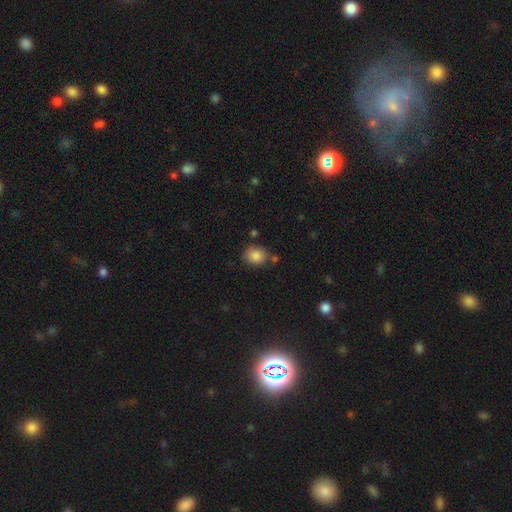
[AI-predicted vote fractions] Overall: smooth (86%). How rounded: round (59%; in between 40%). Merging: none (71%).